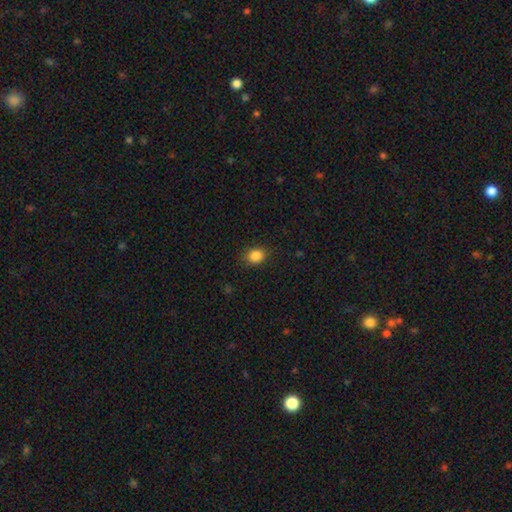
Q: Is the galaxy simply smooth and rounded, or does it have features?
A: smooth — 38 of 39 (97%).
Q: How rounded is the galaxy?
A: round — 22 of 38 (58%).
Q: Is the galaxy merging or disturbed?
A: none — 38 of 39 (97%).